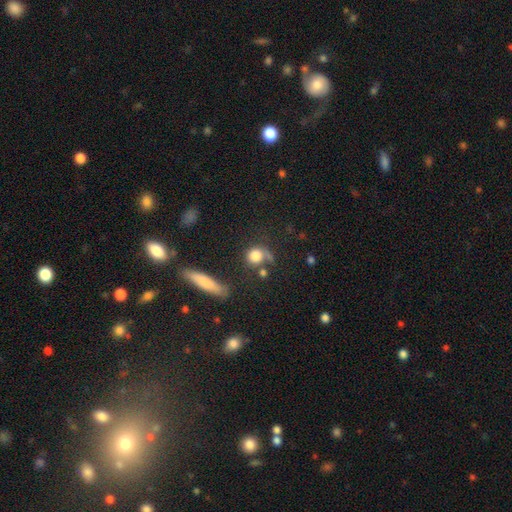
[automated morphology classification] A smooth galaxy with no disk features (78%) that is round (78%).

Vote fractions:
- Smooth or featured? smooth: 78% / featured or disk: 11% / star or artifact: 11%
- How rounded? round: 78% / in between: 18% / cigar-shaped: 4%
- Merging? none: 51% / minor disturbance: 18% / merger: 18% / major disturbance: 13%